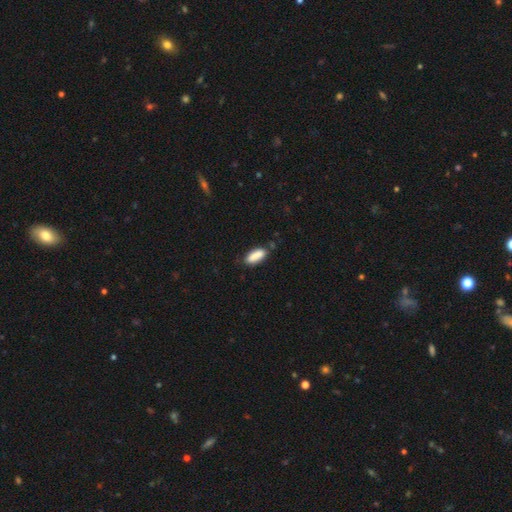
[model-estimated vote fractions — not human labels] Q: Smooth or featured?
A: smooth (87%); runner-up: star or artifact (7%)
Q: How rounded?
A: in between (71%); runner-up: cigar-shaped (27%)
Q: Merging?
A: none (75%); runner-up: minor disturbance (18%)